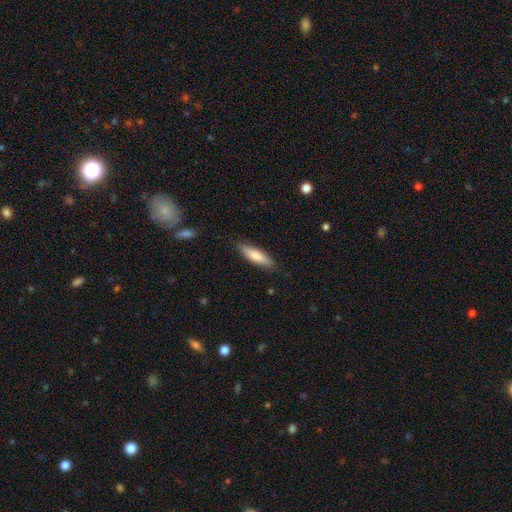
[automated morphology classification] Smooth or featured: smooth — 77% (featured or disk — 17%)
How rounded: cigar-shaped — 62% (in between — 37%)
Merging: none — 84% (minor disturbance — 13%)